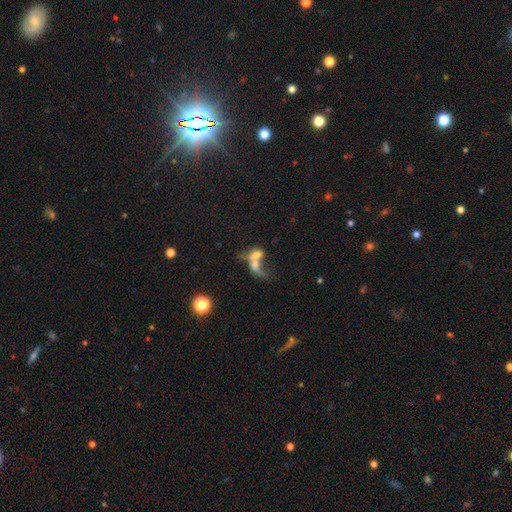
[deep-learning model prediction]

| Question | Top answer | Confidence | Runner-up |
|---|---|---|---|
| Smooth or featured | smooth | 53% | featured or disk (34%) |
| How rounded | in between | 69% | round (25%) |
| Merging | merger | 69% | major disturbance (15%) |